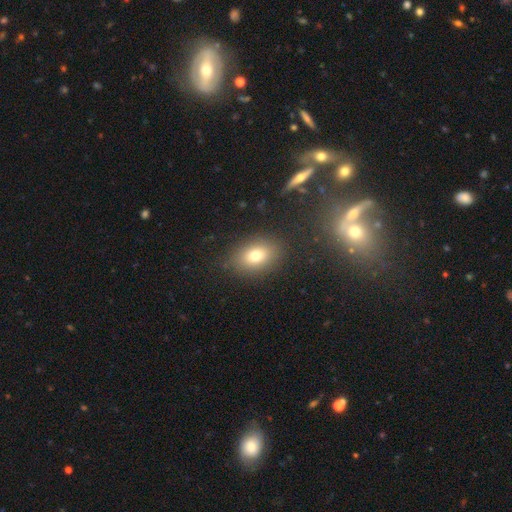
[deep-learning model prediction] Smooth or featured? Predicted: smooth (p=0.76). How rounded? Predicted: in between (p=0.76). Merging? Predicted: none (p=0.84).